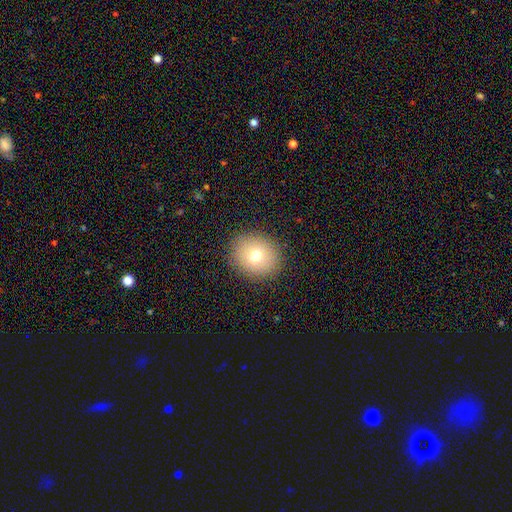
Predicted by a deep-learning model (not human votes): smooth-or-featured: smooth: 72% | featured or disk: 15% | star or artifact: 14%
  how-rounded: round: 71% | in between: 28% | cigar-shaped: 1%
  merging: none: 89% | minor disturbance: 7% | major disturbance: 3% | merger: 1%